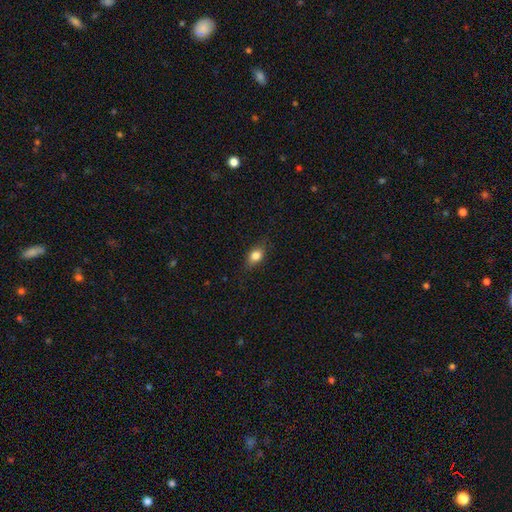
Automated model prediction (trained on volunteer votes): Smooth or featured? Predicted: smooth (p=0.81). How rounded? Predicted: in between (p=0.70). Merging? Predicted: none (p=0.80).